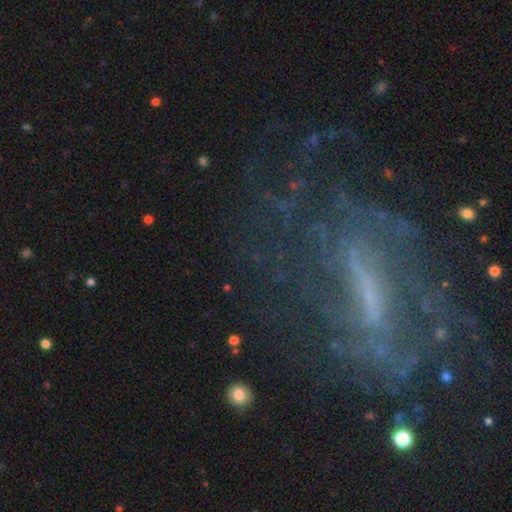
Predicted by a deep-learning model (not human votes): Morphology: type=featured or disk (72%); edge-on=no (86%); bar=strong (52%); spiral arms=yes (69%); bulge=small (39%); merging=none (58%).